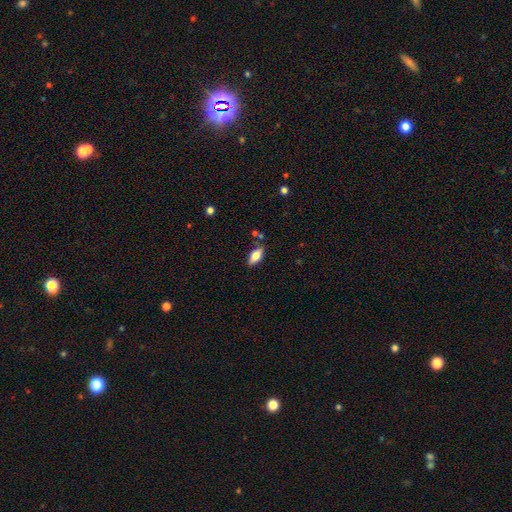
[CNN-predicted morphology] A smooth galaxy with no disk features (72%) that is in between round and cigar-shaped (84%).

Vote fractions:
- Smooth or featured? smooth: 72% / featured or disk: 21% / star or artifact: 7%
- How rounded? in between: 84% / cigar-shaped: 13% / round: 3%
- Merging? none: 81% / minor disturbance: 12% / merger: 4% / major disturbance: 3%